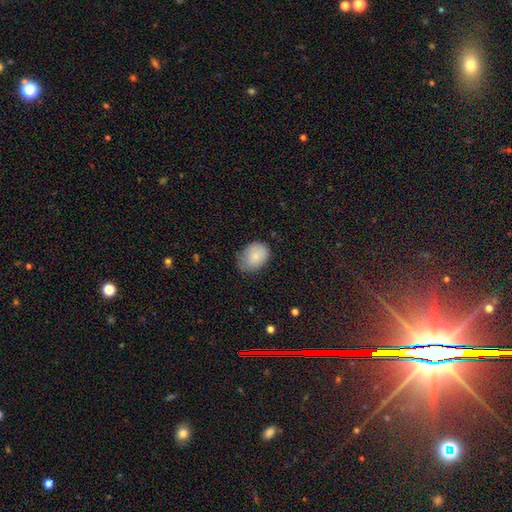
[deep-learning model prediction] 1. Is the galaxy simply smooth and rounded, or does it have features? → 84% smooth, 9% featured or disk, 7% star or artifact.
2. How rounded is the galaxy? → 70% in between, 29% round, 1% cigar-shaped.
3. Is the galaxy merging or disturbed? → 57% none, 33% minor disturbance, 8% major disturbance, 1% merger.